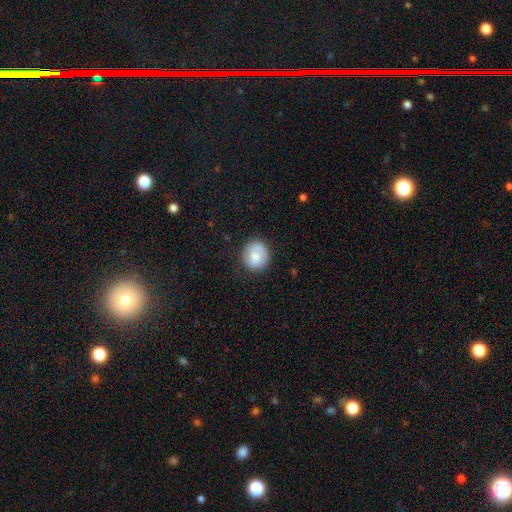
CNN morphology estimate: Overall: smooth (67%). How rounded: round (84%). Merging: none (81%).